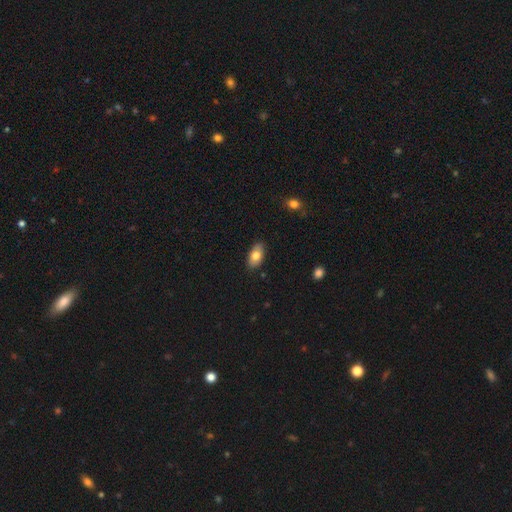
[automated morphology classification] smooth_or_featured: smooth (p=0.79) [alt: featured or disk p=0.15]
how_rounded: in between (p=0.92) [alt: round p=0.04]
merging: none (p=0.86) [alt: minor disturbance p=0.11]